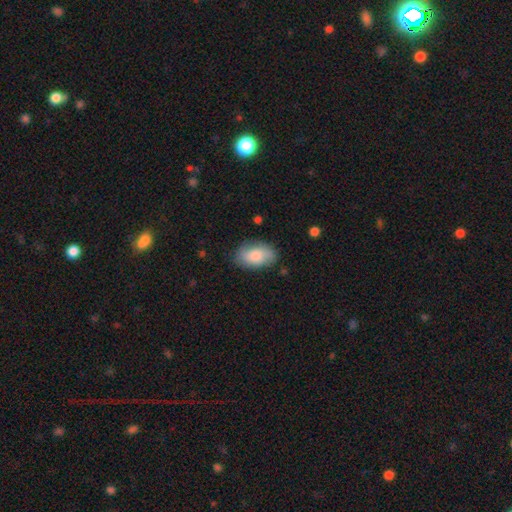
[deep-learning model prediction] Smooth or featured? Predicted: smooth (p=0.74). How rounded? Predicted: in between (p=0.91). Merging? Predicted: none (p=0.74).